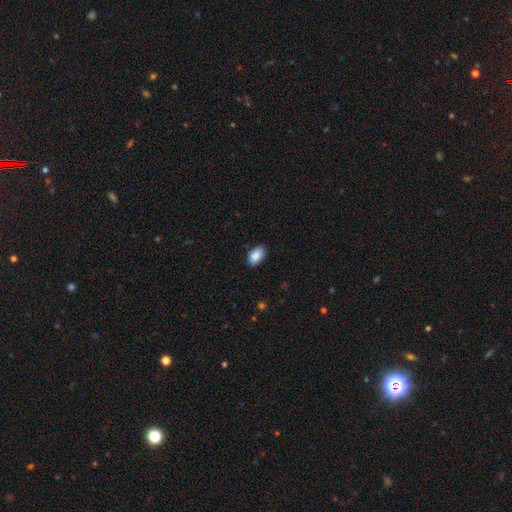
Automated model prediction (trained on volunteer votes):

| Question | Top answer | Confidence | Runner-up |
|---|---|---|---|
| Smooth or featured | smooth | 89% | star or artifact (7%) |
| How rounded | in between | 93% | round (6%) |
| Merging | none | 86% | minor disturbance (11%) |